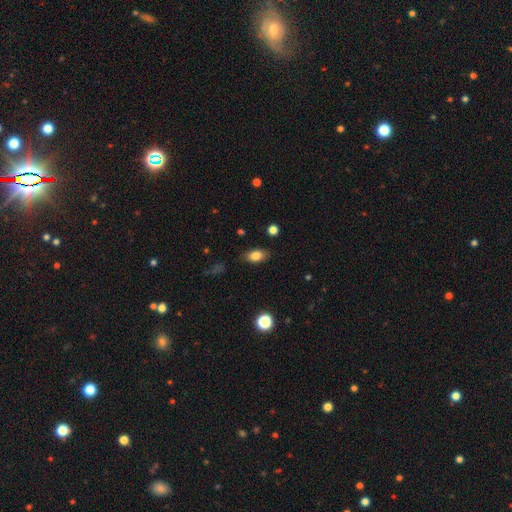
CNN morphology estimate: Smooth or featured? smooth (81%)
How rounded? in between (87%)
Merging? none (85%)